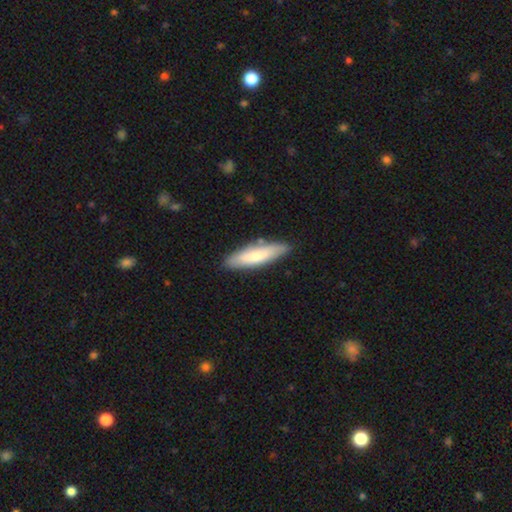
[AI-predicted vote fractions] Overall: smooth (70%). How rounded: cigar-shaped (66%; in between 33%). Merging: none (82%).